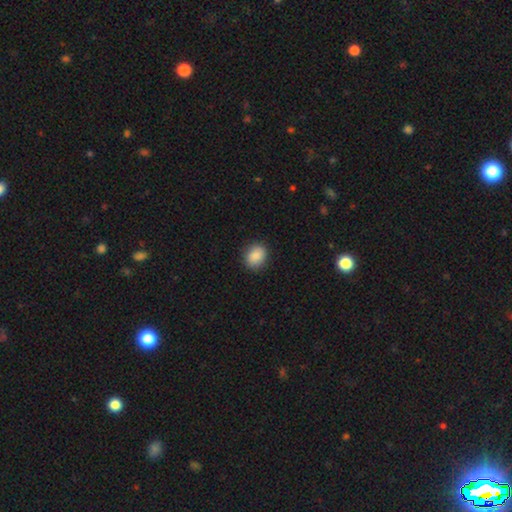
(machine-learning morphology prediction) This appears to be a smooth galaxy with no disk features (88%) that is round (58%). Merging: none (87%).